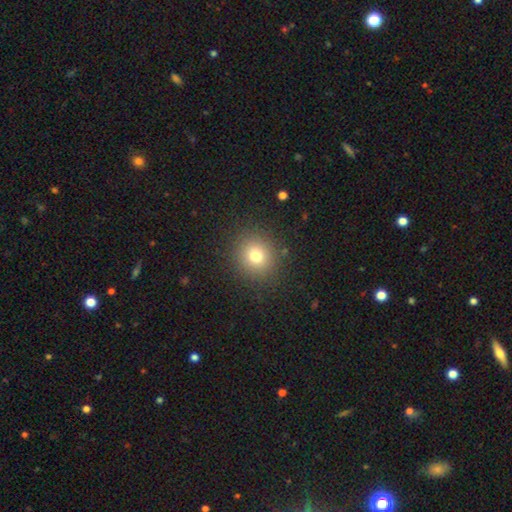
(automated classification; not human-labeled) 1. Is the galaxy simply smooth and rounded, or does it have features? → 75% smooth, 15% star or artifact, 9% featured or disk.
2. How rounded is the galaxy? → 88% round, 11% in between, 1% cigar-shaped.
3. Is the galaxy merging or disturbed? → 89% none, 7% minor disturbance, 3% major disturbance, 1% merger.